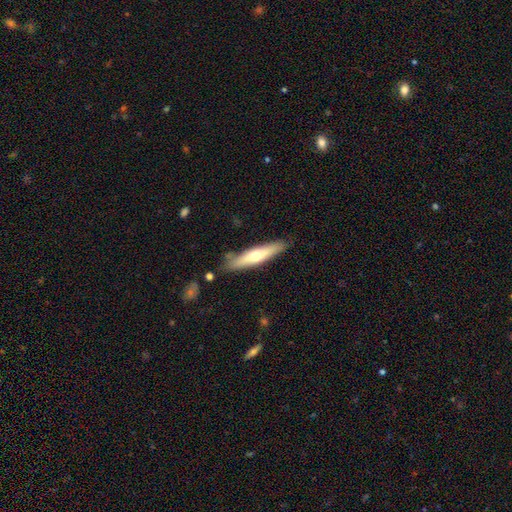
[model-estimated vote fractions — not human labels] The model was most divided on "smooth or featured": smooth: 50%, featured or disk: 45%, star or artifact: 6%. More confident: merging — none (82%).